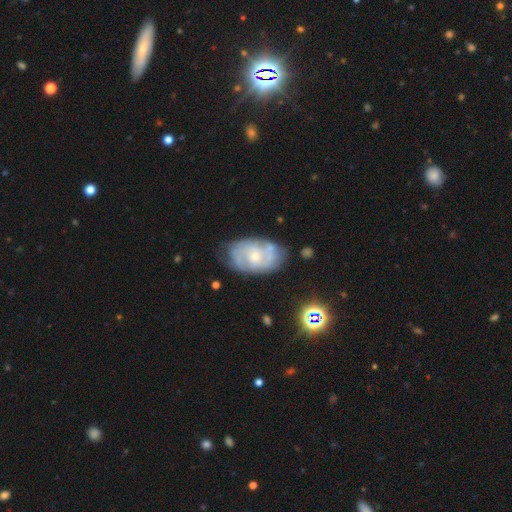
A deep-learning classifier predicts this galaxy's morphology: The model was most divided on "spiral arm count": can't tell: 46%, 2: 30%, 3: 12%, 4: 5%, 1: 3%, more than 4: 3%. More confident: edge-on disk — no (96%); spiral arms — yes (79%); bar — no (73%); smooth or featured — featured or disk (71%); merging — none (66%); bulge size — small (61%); spiral winding — tight (54%).